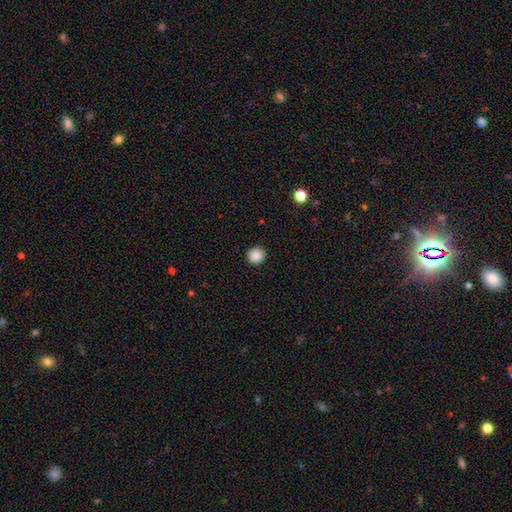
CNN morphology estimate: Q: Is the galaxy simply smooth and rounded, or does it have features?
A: smooth — 87%.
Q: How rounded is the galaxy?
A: round — 91%.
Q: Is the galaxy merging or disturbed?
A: none — 92%.